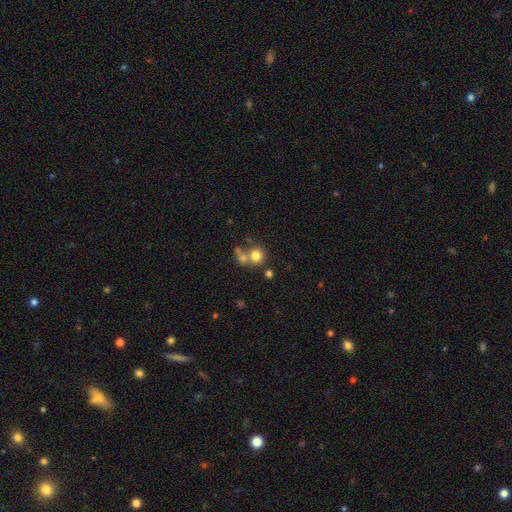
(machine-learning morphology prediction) smooth_or_featured: smooth (p=0.76) [alt: featured or disk p=0.12]
how_rounded: round (p=0.83) [alt: in between p=0.16]
merging: none (p=0.44) [alt: merger p=0.41]